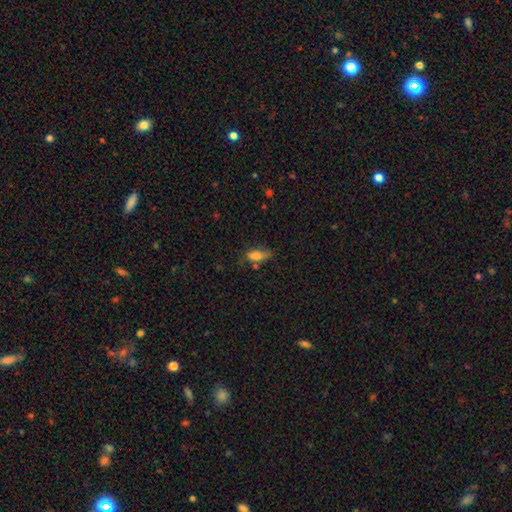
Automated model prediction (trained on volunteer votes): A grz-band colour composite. It shows a smooth galaxy with no disk features (78%) that is in between round and cigar-shaped (78%). Merging: none (51%).